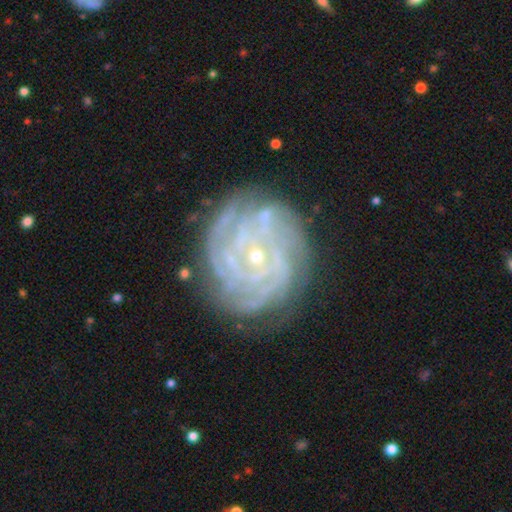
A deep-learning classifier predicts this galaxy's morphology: type=featured or disk (85%); edge-on=no (97%); bar=no (71%); spiral arms=yes (95%); winding=tight (82%); arm count=can't tell (29%); bulge=small (79%); merging=none (77%).